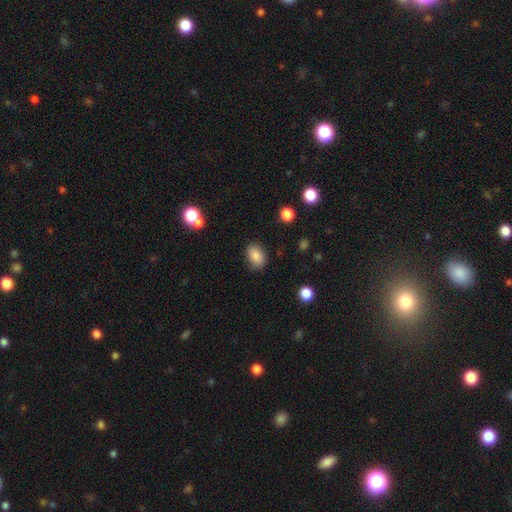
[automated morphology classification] Smooth or featured: smooth — 85% (star or artifact — 9%)
How rounded: in between — 80% (round — 19%)
Merging: none — 85% (minor disturbance — 10%)